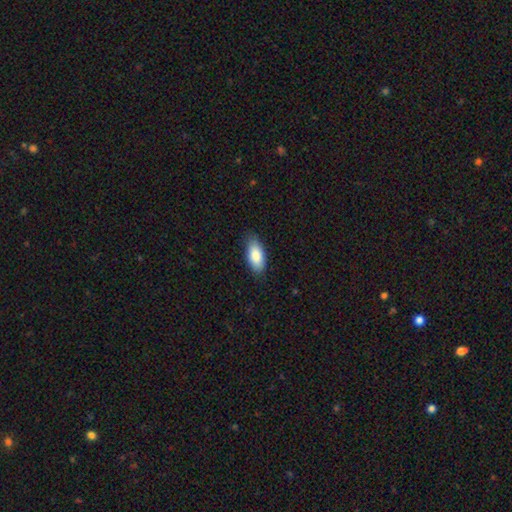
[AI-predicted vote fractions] smooth 86%, featured or disk 8%, star or artifact 6%. Down the decision tree: how rounded — in between (91%); merging — none (83%).